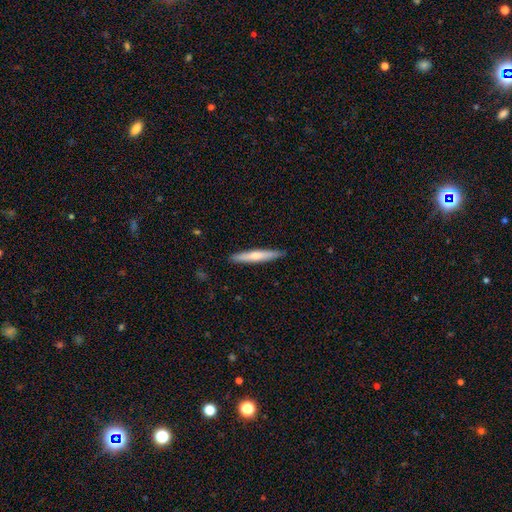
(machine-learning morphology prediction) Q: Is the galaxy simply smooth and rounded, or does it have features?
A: smooth — 61%.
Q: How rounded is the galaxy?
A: cigar-shaped — 94%.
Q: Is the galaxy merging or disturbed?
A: none — 89%.